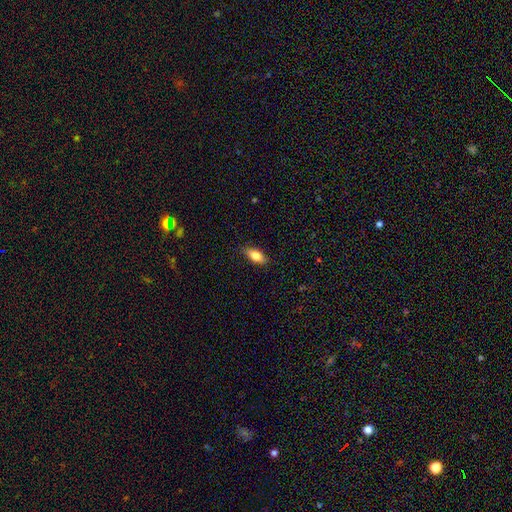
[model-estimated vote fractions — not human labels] Morphology: type=smooth (80%); roundness=in between (85%); merging=none (84%).